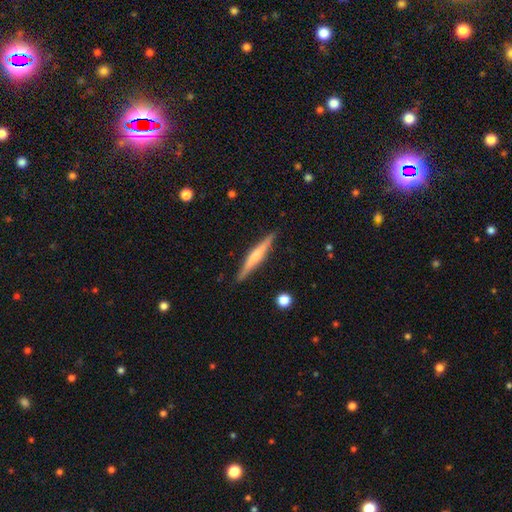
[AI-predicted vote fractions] featured or disk 56%, smooth 39%, star or artifact 6%. Down the decision tree: edge-on disk — yes (97%); edge-on bulge — rounded (47%); merging — none (89%).